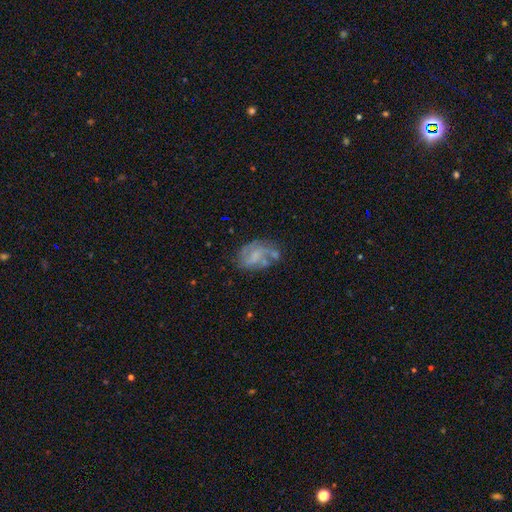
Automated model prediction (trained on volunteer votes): This appears to be a featured or disk galaxy (61%) with no bar (55%), spiral arms (60%) and no central bulge (48%). Merging: none (44%).